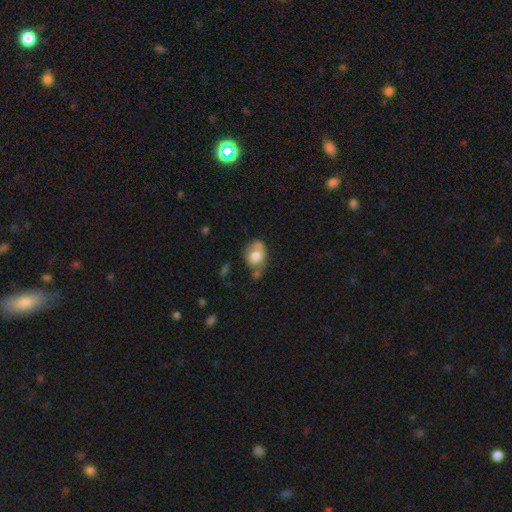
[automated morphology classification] smooth 65%, featured or disk 26%, star or artifact 8%. Down the decision tree: how rounded — round (50%); merging — none (40%).